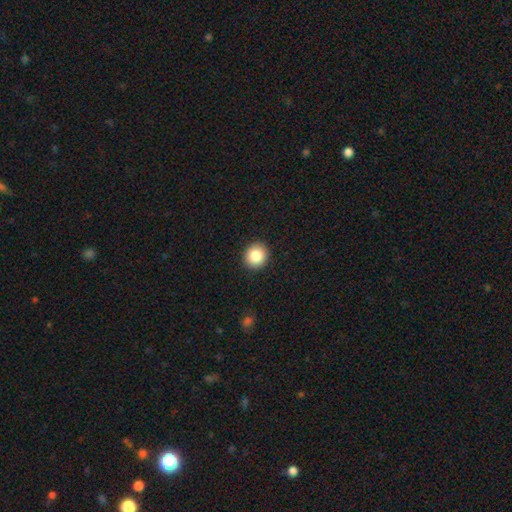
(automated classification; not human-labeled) The model was most divided on "smooth or featured": smooth: 85%, star or artifact: 9%, featured or disk: 6%. More confident: merging — none (93%); how rounded — round (88%).